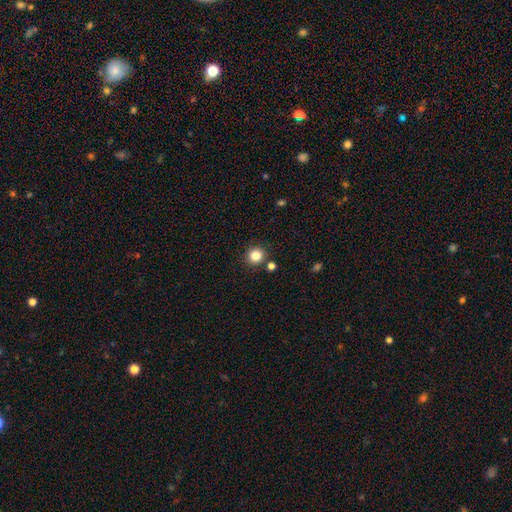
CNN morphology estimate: Smooth or featured: smooth — 84% (star or artifact — 12%)
How rounded: round — 92% (in between — 7%)
Merging: none — 85% (minor disturbance — 7%)